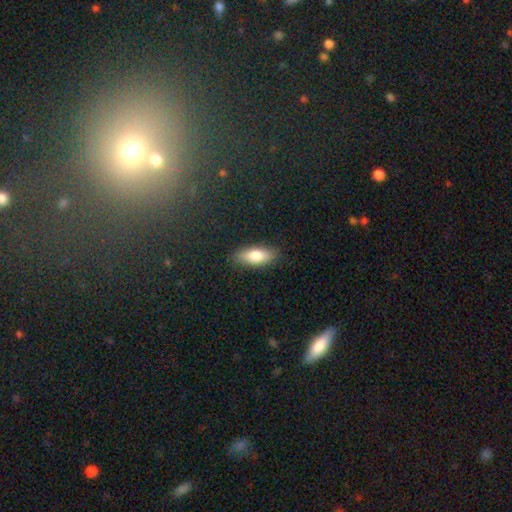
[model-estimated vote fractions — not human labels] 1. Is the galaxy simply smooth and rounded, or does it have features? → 80% smooth, 13% featured or disk, 6% star or artifact.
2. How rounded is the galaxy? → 78% in between, 19% cigar-shaped, 2% round.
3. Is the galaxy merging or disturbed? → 87% none, 10% minor disturbance, 2% major disturbance, 1% merger.